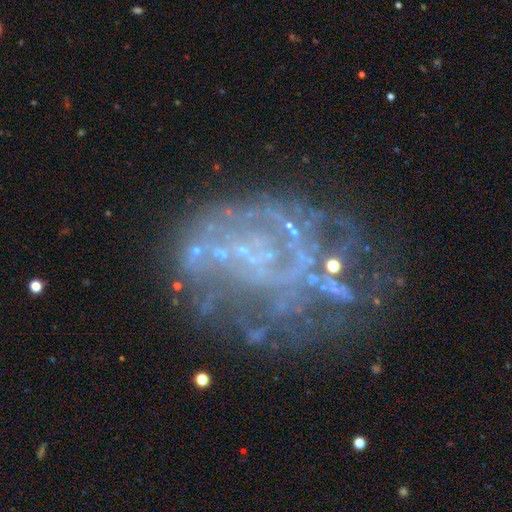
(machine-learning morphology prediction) A featured or disk galaxy (72%) with no bar (82%), no spiral arms (58%) and no central bulge (69%).

Vote fractions:
- Smooth or featured? featured or disk: 72% / star or artifact: 16% / smooth: 13%
- Edge-on disk? no: 98% / yes: 2%
- Bar? no: 82% / weak: 13% / strong: 5%
- Spiral arms? no: 58% / yes: 42%
- Bulge size? none: 69% / small: 23% / moderate: 5% / large: 1% / dominant: 1%
- Merging? none: 46% / major disturbance: 29% / minor disturbance: 20% / merger: 6%